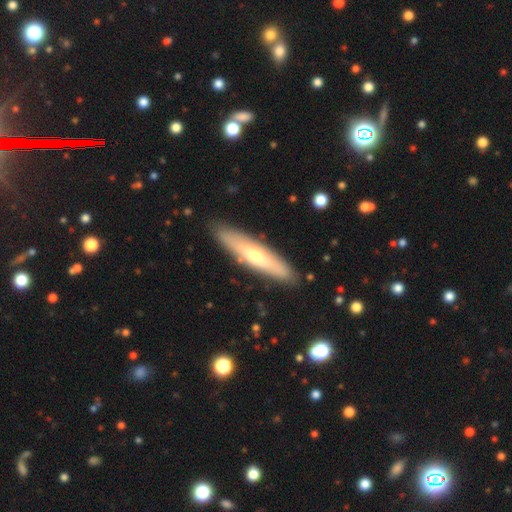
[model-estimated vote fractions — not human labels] Smooth or featured? smooth (49%)
Merging? none (88%)